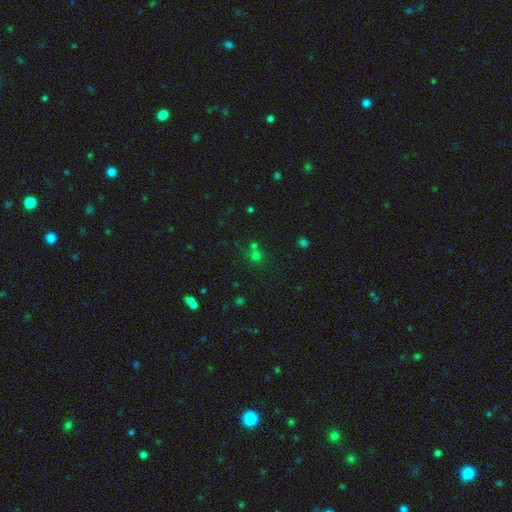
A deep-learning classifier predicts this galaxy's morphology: This appears to be a smooth galaxy with no disk features (56%) that is round (83%). Merging: none (53%).